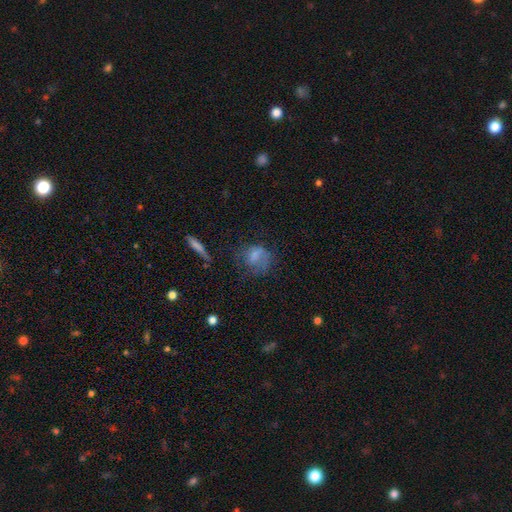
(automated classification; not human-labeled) Q: Smooth or featured?
A: smooth (60%); runner-up: featured or disk (28%)
Q: How rounded?
A: round (49%); runner-up: in between (47%)
Q: Merging?
A: none (40%); runner-up: major disturbance (33%)